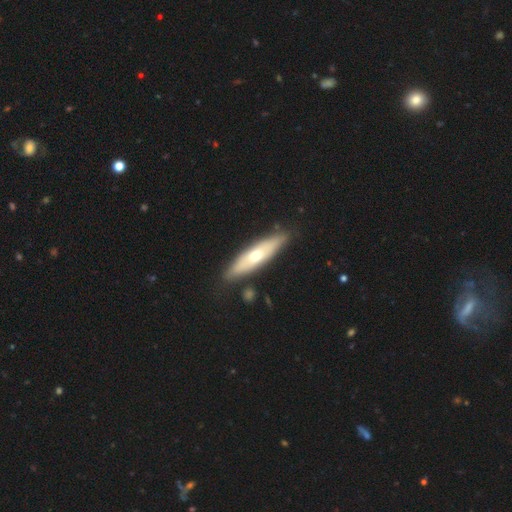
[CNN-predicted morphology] A featured or disk galaxy (49%).

Vote fractions:
- Smooth or featured? featured or disk: 49% / smooth: 46% / star or artifact: 5%
- Merging? none: 83% / minor disturbance: 12% / merger: 3% / major disturbance: 2%